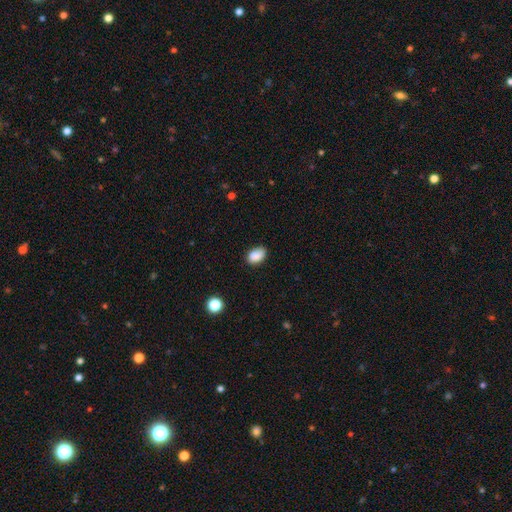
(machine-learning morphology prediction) Smooth or featured: smooth — 86% (star or artifact — 9%)
How rounded: in between — 84% (round — 15%)
Merging: none — 70% (minor disturbance — 23%)